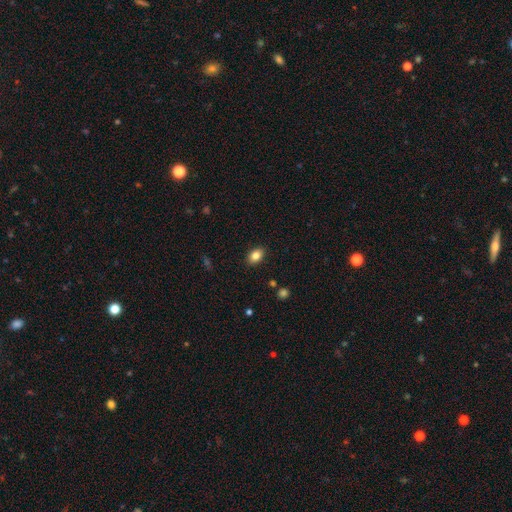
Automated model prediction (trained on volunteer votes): Q: Smooth or featured?
A: smooth (84%); runner-up: star or artifact (9%)
Q: How rounded?
A: in between (83%); runner-up: round (16%)
Q: Merging?
A: none (88%); runner-up: minor disturbance (8%)